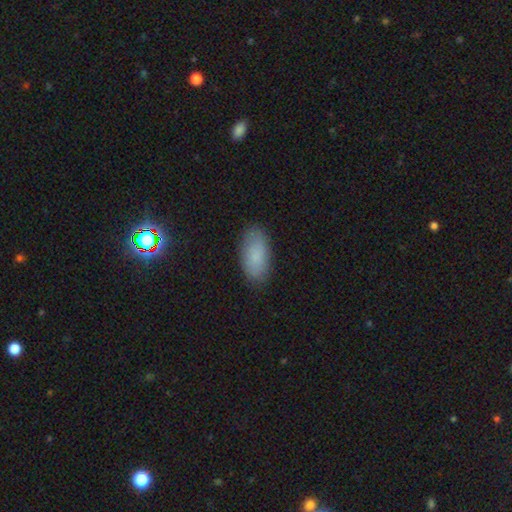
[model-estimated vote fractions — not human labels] The model was most divided on "merging": none: 85%, minor disturbance: 11%, major disturbance: 3%, merger: 1%. More confident: how rounded — in between (92%); smooth or featured — smooth (83%).